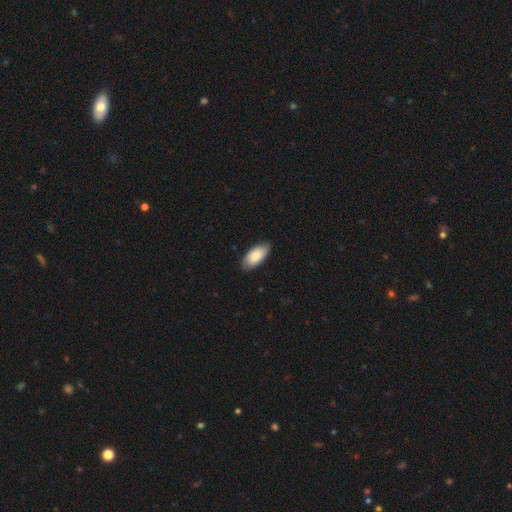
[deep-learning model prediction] Smooth or featured?
  - smooth: 85% *
  - featured or disk: 10%
  - star or artifact: 5%
How rounded?
  - in between: 93% *
  - cigar-shaped: 5%
  - round: 2%
Merging?
  - none: 84% *
  - minor disturbance: 13%
  - major disturbance: 2%
  - merger: 1%